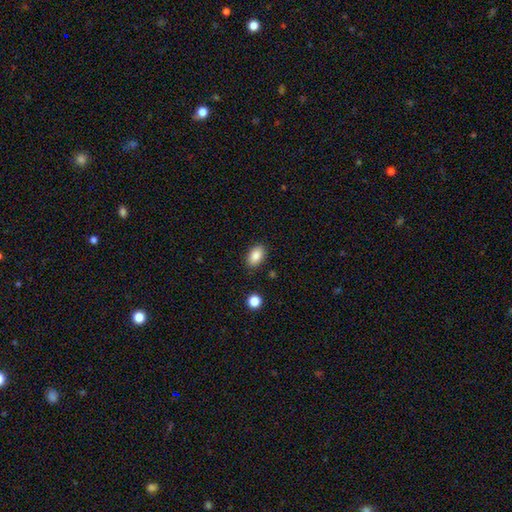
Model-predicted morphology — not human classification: Smooth or featured? smooth (86%)
How rounded? in between (89%)
Merging? none (86%)